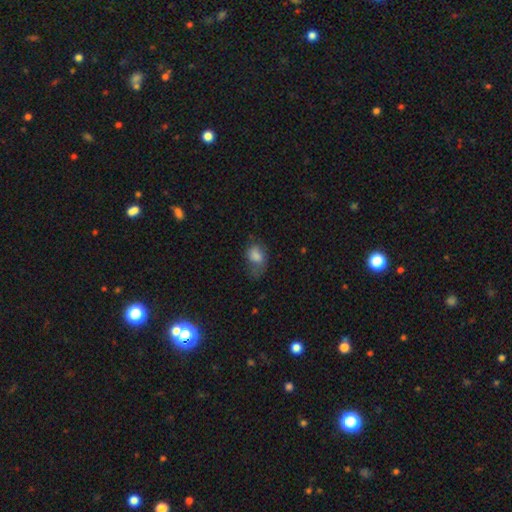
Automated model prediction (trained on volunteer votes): This appears to be a smooth galaxy with no disk features (74%) that is in between round and cigar-shaped (80%). Merging: none (38%).